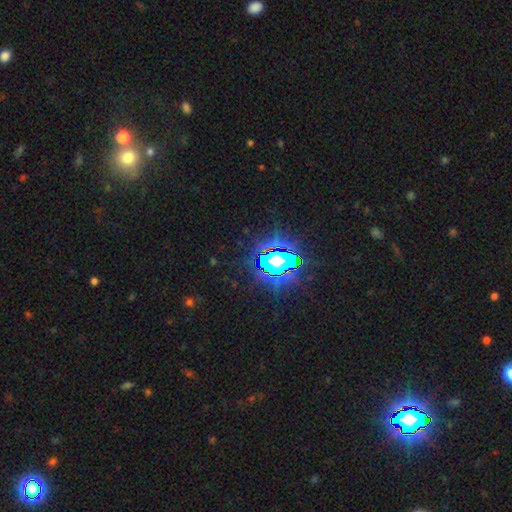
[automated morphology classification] Smooth or featured: star or artifact — 80% (smooth — 11%)